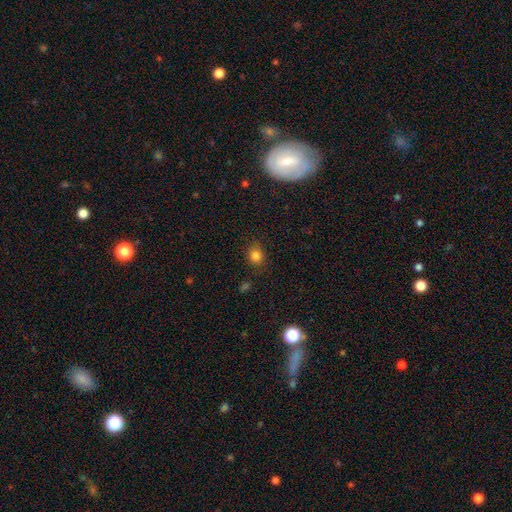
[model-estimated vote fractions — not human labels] Smooth or featured?
  - smooth: 81% *
  - star or artifact: 14%
  - featured or disk: 5%
How rounded?
  - round: 72% *
  - in between: 27%
  - cigar-shaped: 1%
Merging?
  - none: 83% *
  - minor disturbance: 12%
  - major disturbance: 3%
  - merger: 2%